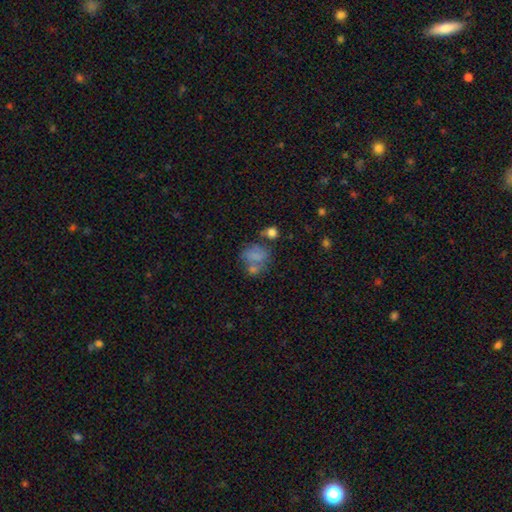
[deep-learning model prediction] The model was most divided on "how rounded": round: 53%, in between: 46%, cigar-shaped: 1%. Remaining: smooth or featured — smooth (62%); merging — none (36%).